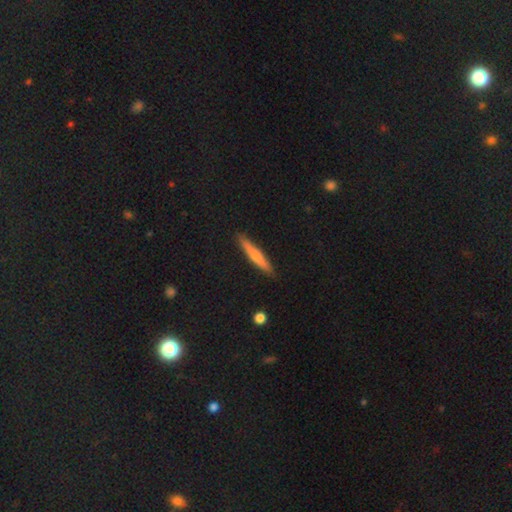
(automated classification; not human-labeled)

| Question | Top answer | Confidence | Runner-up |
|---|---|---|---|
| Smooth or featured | smooth | 62% | featured or disk (33%) |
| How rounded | cigar-shaped | 93% | in between (5%) |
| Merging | none | 89% | minor disturbance (8%) |